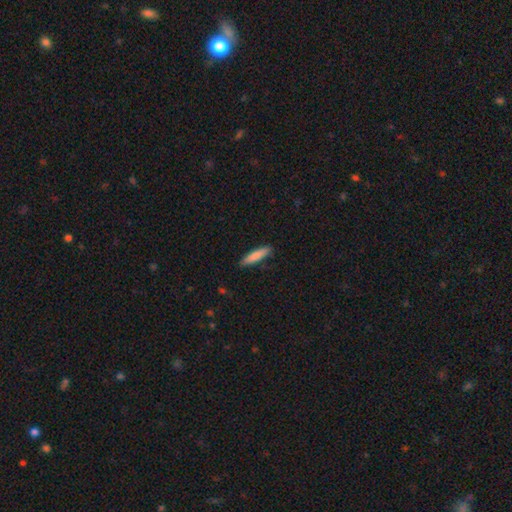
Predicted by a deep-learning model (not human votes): A smooth galaxy with no disk features (82%) that is cigar-shaped (84%). Merging: none (87%).